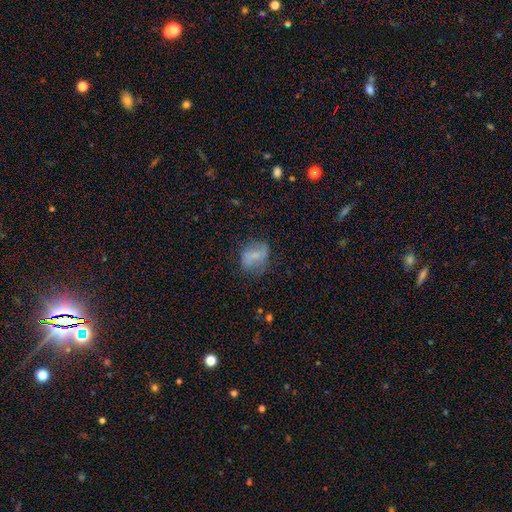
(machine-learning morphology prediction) Smooth or featured: smooth — 55% (featured or disk — 34%)
How rounded: in between — 53% (round — 44%)
Merging: none — 60% (minor disturbance — 24%)